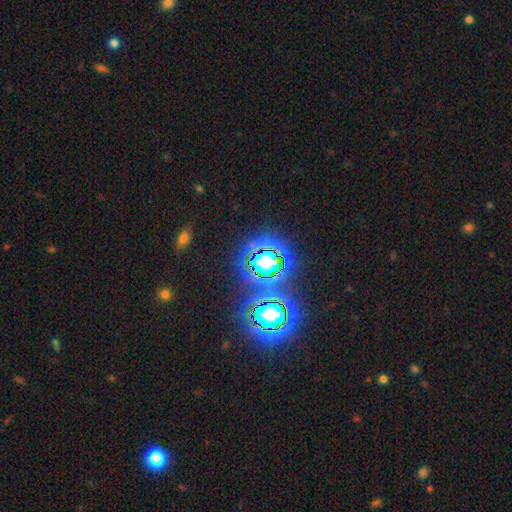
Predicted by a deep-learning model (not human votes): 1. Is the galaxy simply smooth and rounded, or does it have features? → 81% star or artifact, 12% smooth, 7% featured or disk.